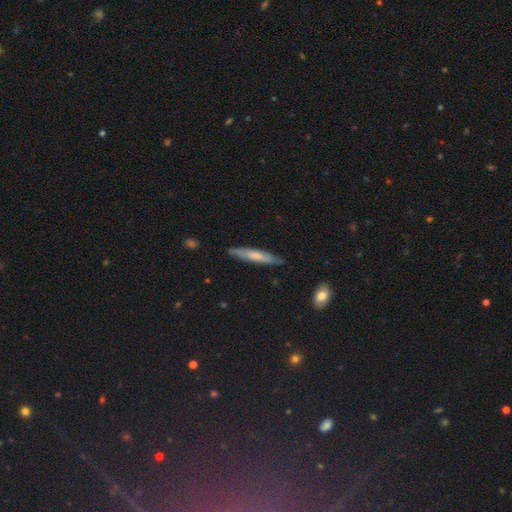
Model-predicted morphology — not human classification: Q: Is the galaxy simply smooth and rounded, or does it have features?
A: smooth — 56%.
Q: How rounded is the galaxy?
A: cigar-shaped — 93%.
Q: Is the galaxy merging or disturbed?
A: none — 85%.